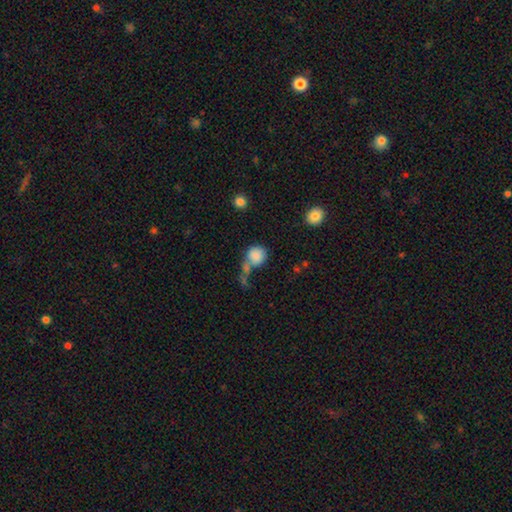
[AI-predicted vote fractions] A smooth galaxy with no disk features (82%) that is round (86%).

Vote fractions:
- Smooth or featured? smooth: 82% / featured or disk: 9% / star or artifact: 9%
- How rounded? round: 86% / in between: 13% / cigar-shaped: 1%
- Merging? none: 38% / merger: 34% / minor disturbance: 14% / major disturbance: 14%